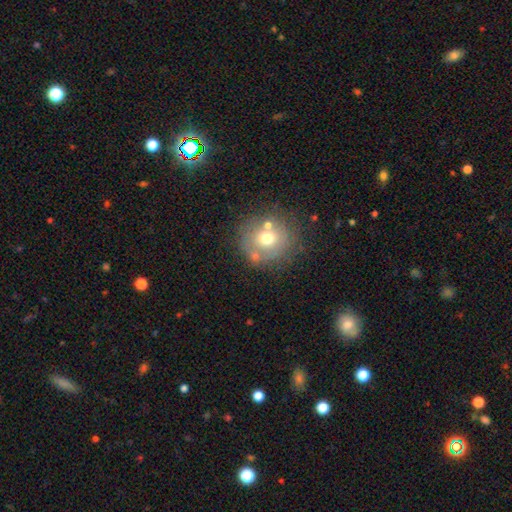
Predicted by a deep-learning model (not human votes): Smooth or featured?
  - smooth: 57% *
  - featured or disk: 28%
  - star or artifact: 15%
How rounded?
  - round: 88% *
  - in between: 11%
  - cigar-shaped: 1%
Merging?
  - none: 65% *
  - merger: 15%
  - minor disturbance: 14%
  - major disturbance: 6%